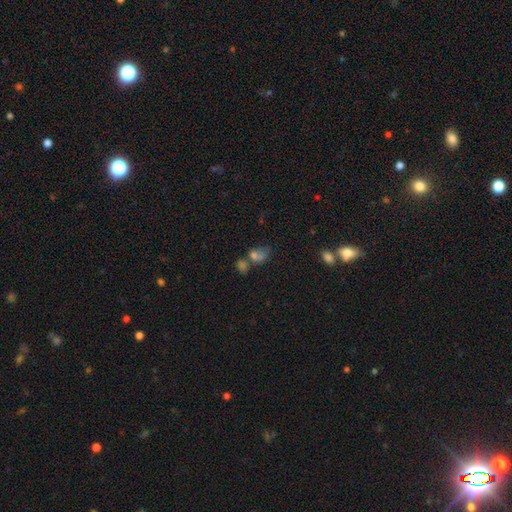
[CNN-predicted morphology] A smooth galaxy with no disk features (57%) that is in between round and cigar-shaped (57%).

Vote fractions:
- Smooth or featured? smooth: 57% / star or artifact: 26% / featured or disk: 18%
- How rounded? in between: 57% / round: 40% / cigar-shaped: 3%
- Merging? merger: 43% / none: 35% / minor disturbance: 12% / major disturbance: 9%